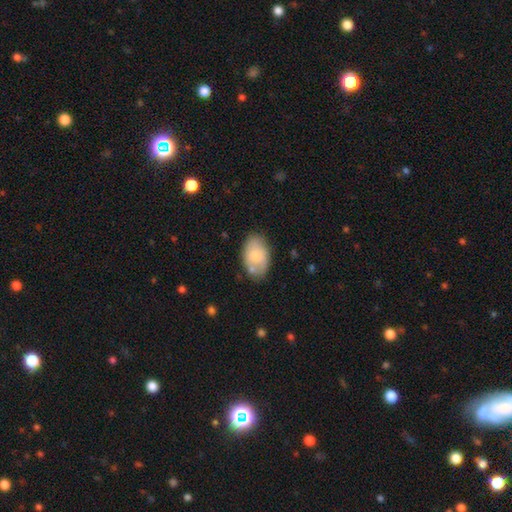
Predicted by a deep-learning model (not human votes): smooth 66%, featured or disk 27%, star or artifact 6%. Down the decision tree: how rounded — in between (90%); merging — none (69%).